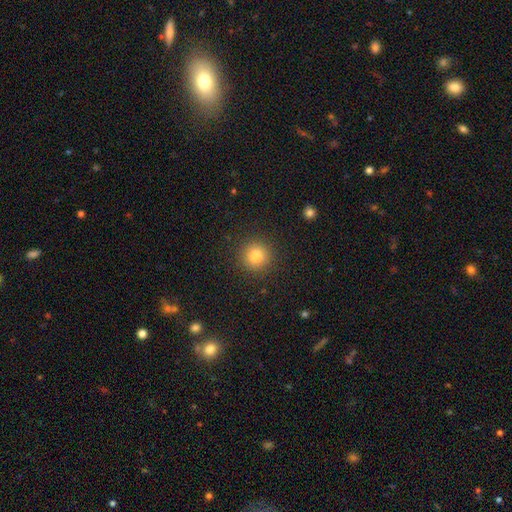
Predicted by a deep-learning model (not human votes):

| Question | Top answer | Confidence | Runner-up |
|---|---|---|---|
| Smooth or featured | smooth | 82% | star or artifact (12%) |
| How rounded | round | 94% | in between (5%) |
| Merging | none | 90% | minor disturbance (6%) |